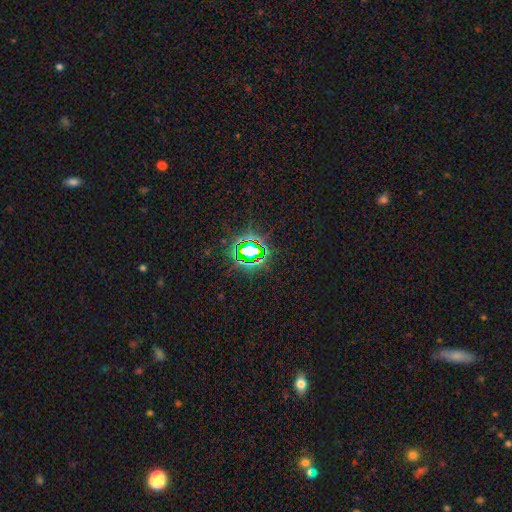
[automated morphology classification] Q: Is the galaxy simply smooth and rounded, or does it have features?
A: star or artifact — 75%.